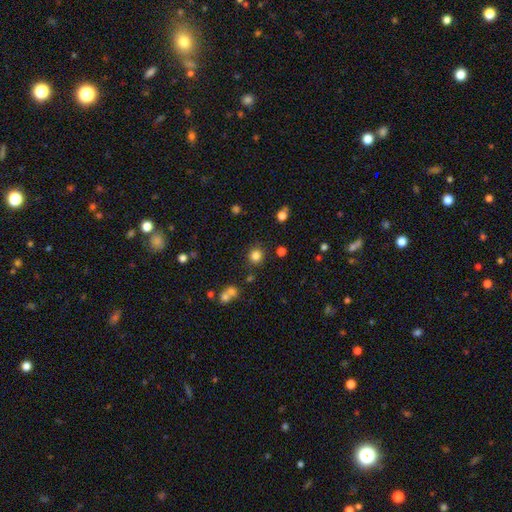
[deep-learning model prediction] Morphology: type=smooth (81%); roundness=round (90%); merging=none (85%).